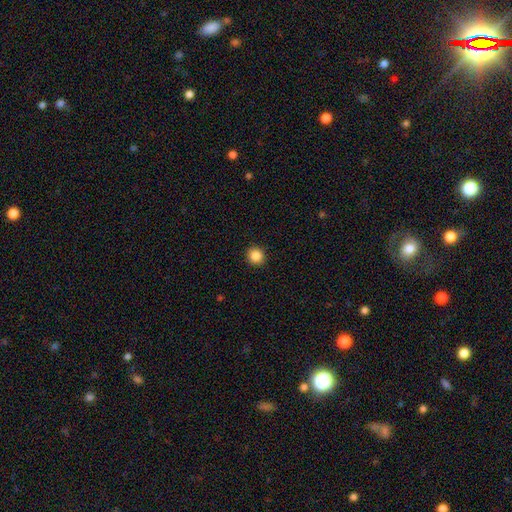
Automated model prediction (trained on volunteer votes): Q: Smooth or featured?
A: smooth (86%); runner-up: star or artifact (10%)
Q: How rounded?
A: round (93%); runner-up: in between (6%)
Q: Merging?
A: none (93%); runner-up: minor disturbance (5%)